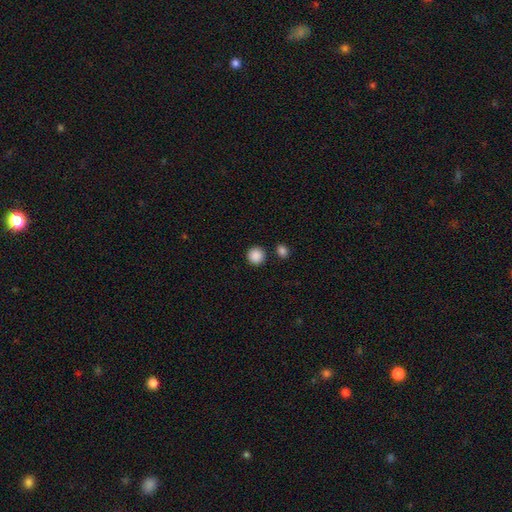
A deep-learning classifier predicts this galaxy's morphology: Smooth or featured: smooth — 88% (star or artifact — 9%)
How rounded: round — 94% (in between — 5%)
Merging: none — 87% (minor disturbance — 6%)